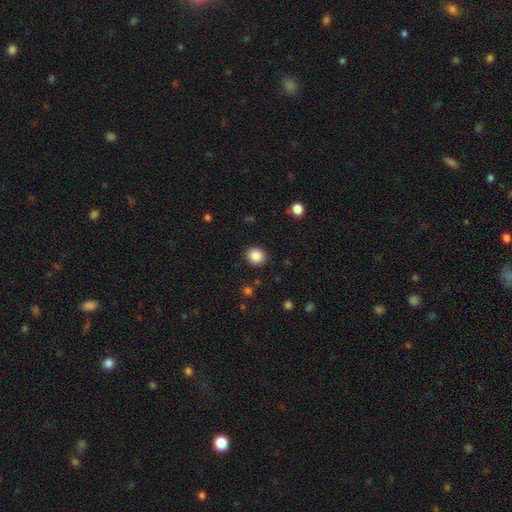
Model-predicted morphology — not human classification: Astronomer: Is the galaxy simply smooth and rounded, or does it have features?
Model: smooth — 87%.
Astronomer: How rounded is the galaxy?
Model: round — 85%.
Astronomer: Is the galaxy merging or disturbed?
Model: none — 90%.